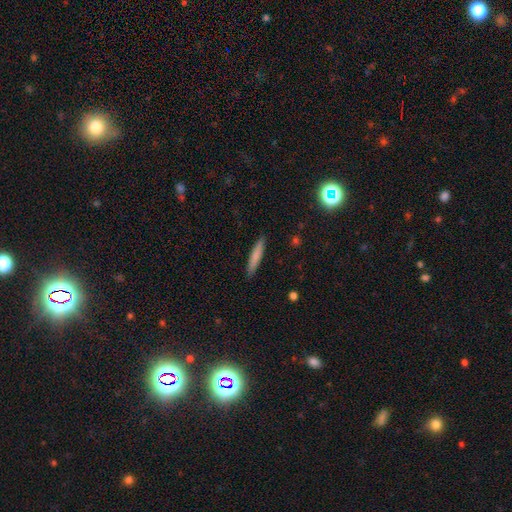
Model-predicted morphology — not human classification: Smooth or featured?
  - smooth: 78% *
  - featured or disk: 16%
  - star or artifact: 6%
How rounded?
  - cigar-shaped: 91% *
  - in between: 8%
  - round: 1%
Merging?
  - none: 90% *
  - minor disturbance: 7%
  - major disturbance: 2%
  - merger: 1%